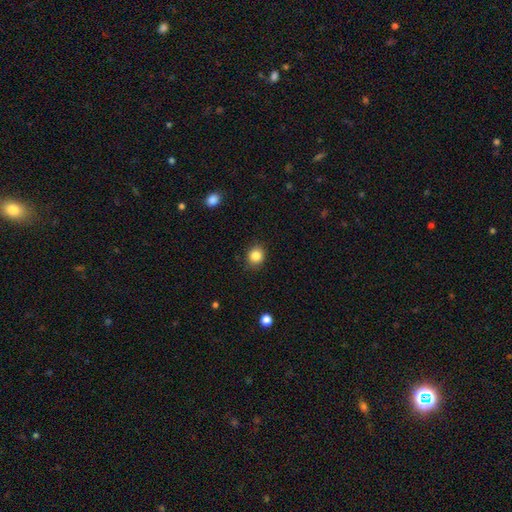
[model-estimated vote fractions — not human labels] A smooth galaxy with no disk features (85%) that is round (73%).

Vote fractions:
- Smooth or featured? smooth: 85% / star or artifact: 10% / featured or disk: 5%
- How rounded? round: 73% / in between: 26% / cigar-shaped: 1%
- Merging? none: 87% / minor disturbance: 10% / major disturbance: 2% / merger: 1%